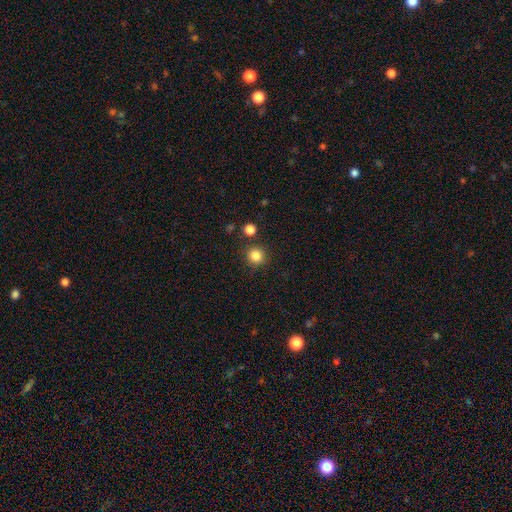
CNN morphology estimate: A smooth galaxy with no disk features (83%) that is round (94%).

Vote fractions:
- Smooth or featured? smooth: 83% / star or artifact: 12% / featured or disk: 5%
- How rounded? round: 94% / in between: 5% / cigar-shaped: 1%
- Merging? none: 87% / minor disturbance: 7% / merger: 4% / major disturbance: 2%